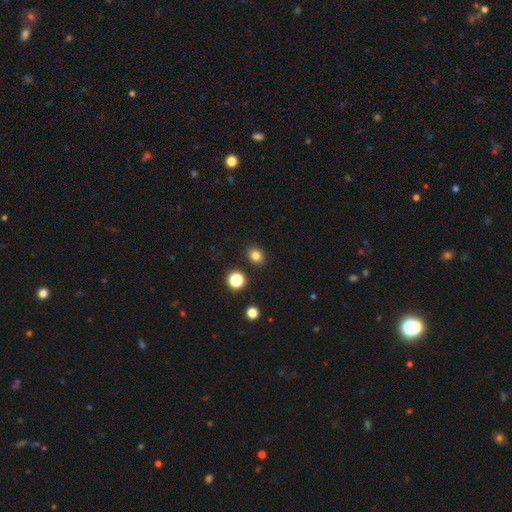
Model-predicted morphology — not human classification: smooth-or-featured: smooth: 81% | star or artifact: 14% | featured or disk: 5%
  how-rounded: round: 60% | in between: 39% | cigar-shaped: 1%
  merging: none: 88% | minor disturbance: 7% | merger: 2% | major disturbance: 2%